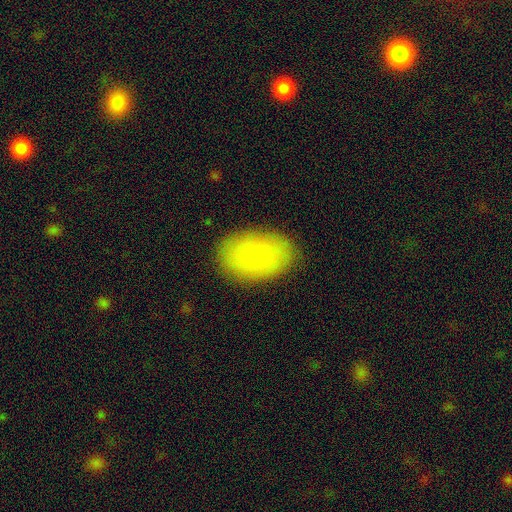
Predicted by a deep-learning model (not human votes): Q: Smooth or featured?
A: smooth (85%); runner-up: featured or disk (8%)
Q: How rounded?
A: in between (89%); runner-up: round (10%)
Q: Merging?
A: none (86%); runner-up: minor disturbance (10%)